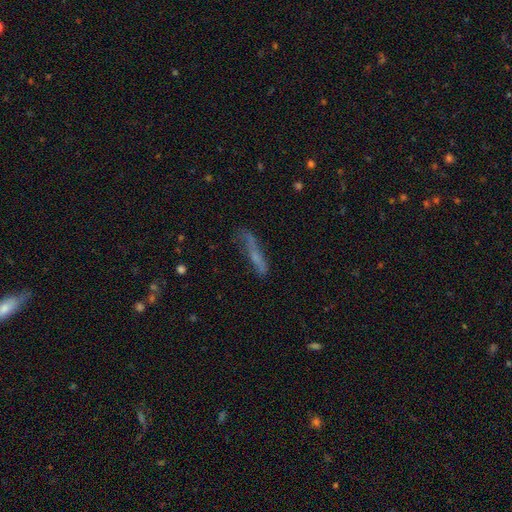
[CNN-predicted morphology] Smooth or featured: smooth — 47% (featured or disk — 40%)
Merging: none — 55% (minor disturbance — 25%)